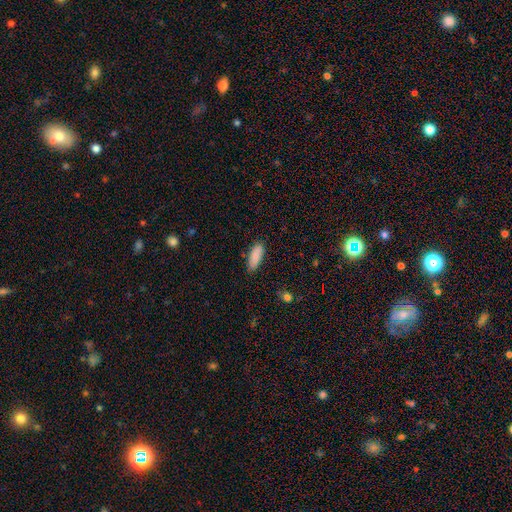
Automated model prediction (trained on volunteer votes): Smooth or featured? Predicted: smooth (p=0.87). How rounded? Predicted: in between (p=0.75). Merging? Predicted: none (p=0.81).